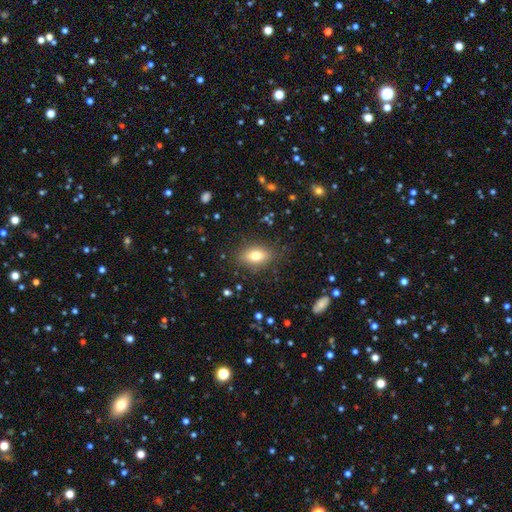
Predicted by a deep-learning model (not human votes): Smooth or featured? smooth (76%)
How rounded? in between (83%)
Merging? none (84%)